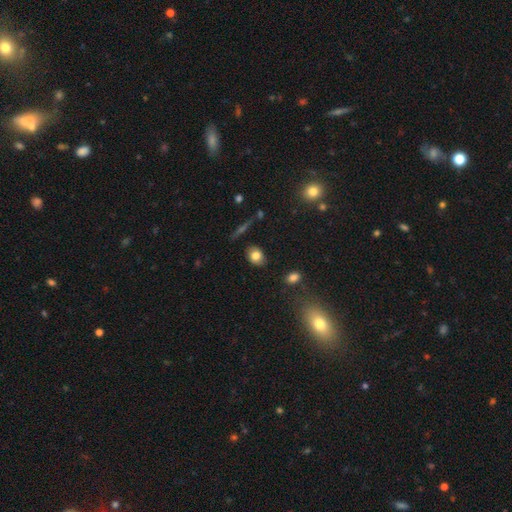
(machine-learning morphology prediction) Smooth or featured: smooth — 80% (featured or disk — 11%)
How rounded: in between — 64% (round — 34%)
Merging: none — 82% (minor disturbance — 12%)